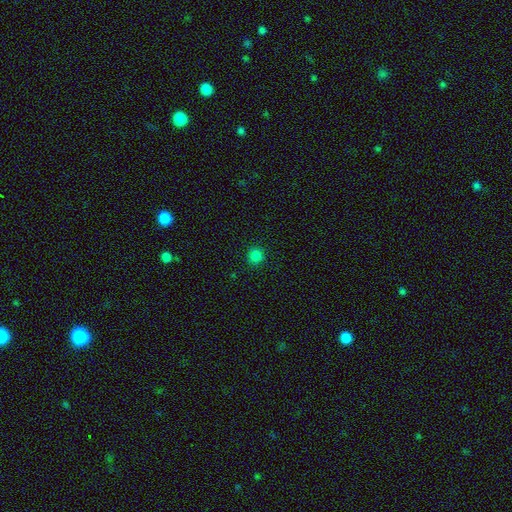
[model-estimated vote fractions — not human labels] Smooth or featured: smooth — 83% (star or artifact — 14%)
How rounded: round — 94% (in between — 5%)
Merging: none — 91% (minor disturbance — 6%)